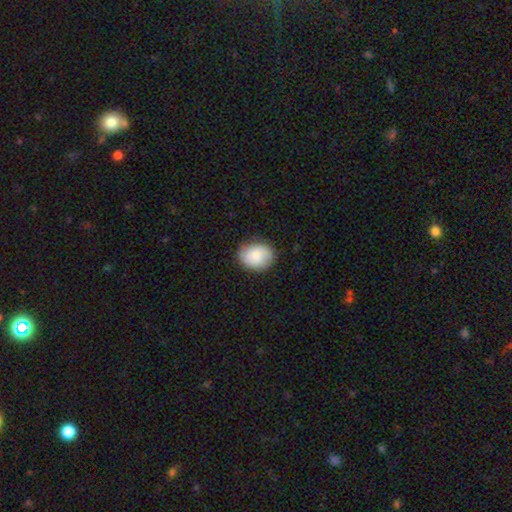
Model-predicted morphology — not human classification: Smooth or featured? Predicted: smooth (p=0.72). How rounded? Predicted: round (p=0.50). Merging? Predicted: none (p=0.82).